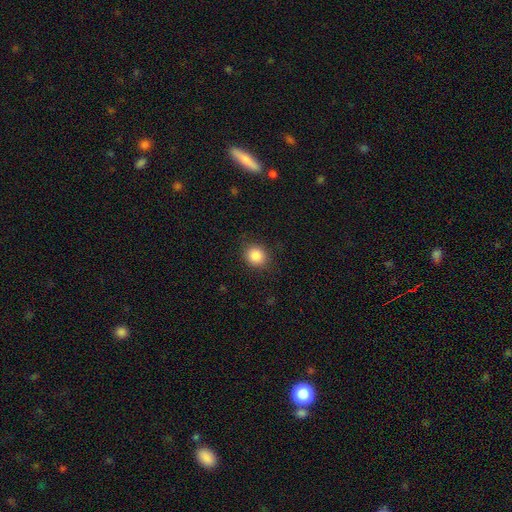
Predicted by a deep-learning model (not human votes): Smooth or featured?
  - smooth: 87% *
  - star or artifact: 9%
  - featured or disk: 4%
How rounded?
  - round: 78% *
  - in between: 21%
  - cigar-shaped: 1%
Merging?
  - none: 86% *
  - minor disturbance: 10%
  - major disturbance: 3%
  - merger: 1%